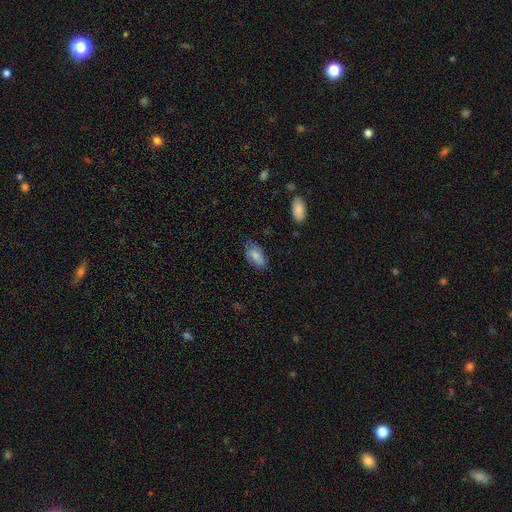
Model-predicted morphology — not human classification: smooth_or_featured: smooth (p=0.78) [alt: featured or disk p=0.16]
how_rounded: in between (p=0.93) [alt: cigar-shaped p=0.04]
merging: none (p=0.68) [alt: minor disturbance p=0.25]